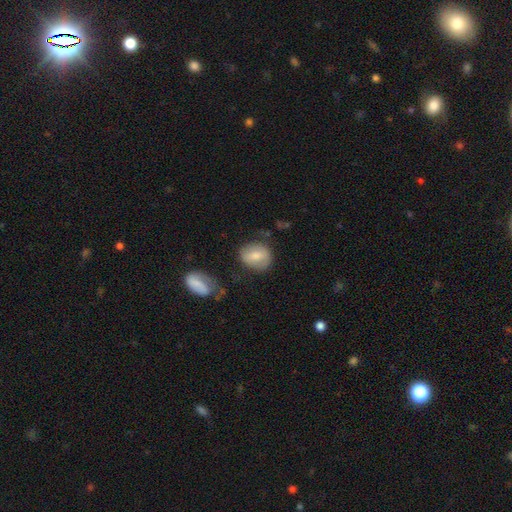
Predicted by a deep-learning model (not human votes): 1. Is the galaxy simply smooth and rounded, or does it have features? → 67% smooth, 26% featured or disk, 7% star or artifact.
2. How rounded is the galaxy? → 54% round, 44% in between, 1% cigar-shaped.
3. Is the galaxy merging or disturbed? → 67% none, 20% minor disturbance, 8% major disturbance, 5% merger.